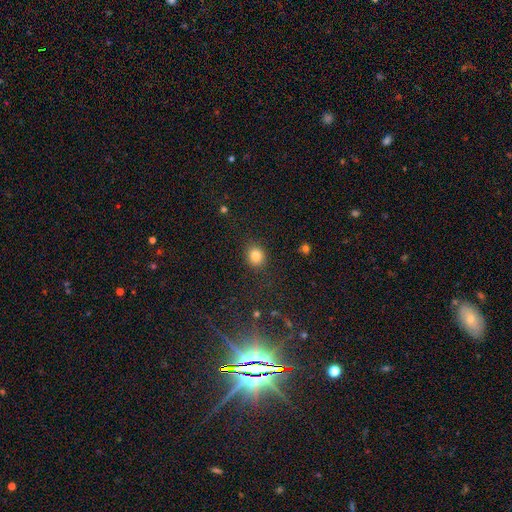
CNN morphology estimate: smooth 83%, star or artifact 11%, featured or disk 6%. Down the decision tree: how rounded — round (74%); merging — none (87%).